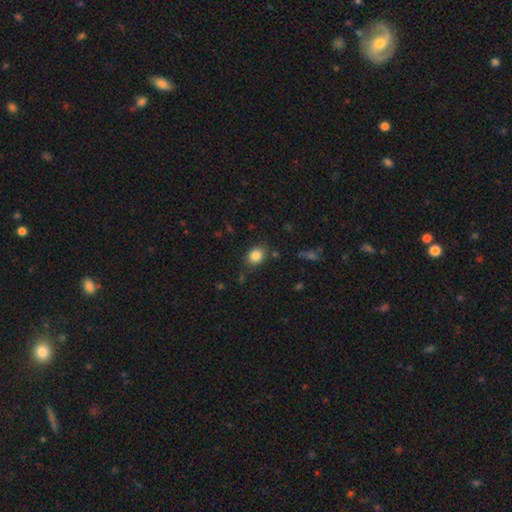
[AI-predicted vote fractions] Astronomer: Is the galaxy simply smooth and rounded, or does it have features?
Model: smooth — 84%.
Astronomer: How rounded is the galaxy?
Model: in between — 55% (runner-up: round, 44%).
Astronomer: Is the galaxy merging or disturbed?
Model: none — 80%.